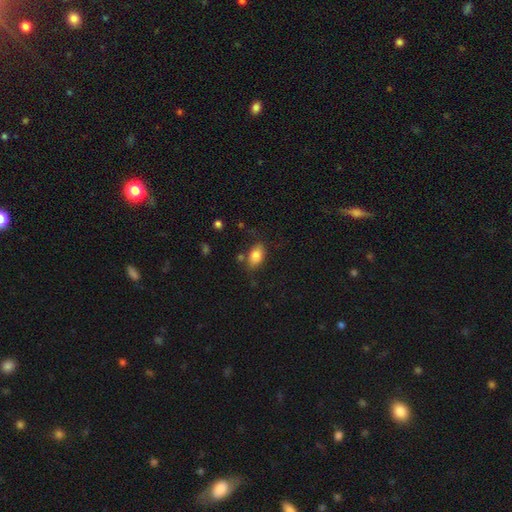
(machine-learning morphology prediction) A smooth galaxy with no disk features (83%) that is in between round and cigar-shaped (89%). Merging: none (76%).